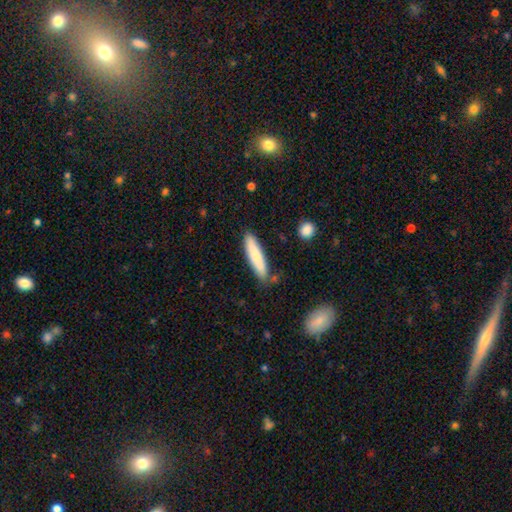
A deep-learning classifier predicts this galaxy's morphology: This appears to be a smooth galaxy with no disk features (82%) that is cigar-shaped (82%). Merging: none (82%).